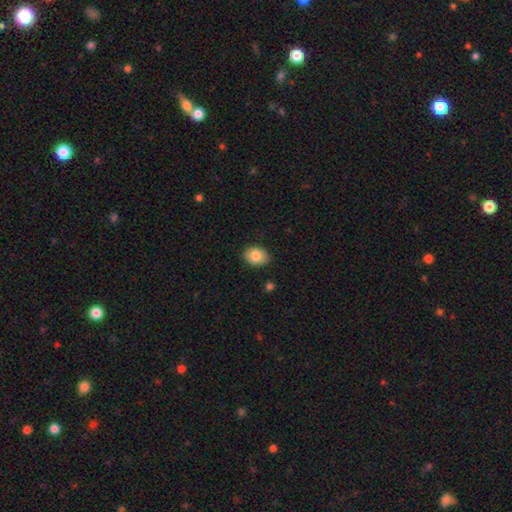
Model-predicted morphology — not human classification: Smooth or featured? smooth (83%)
How rounded? in between (65%)
Merging? none (87%)